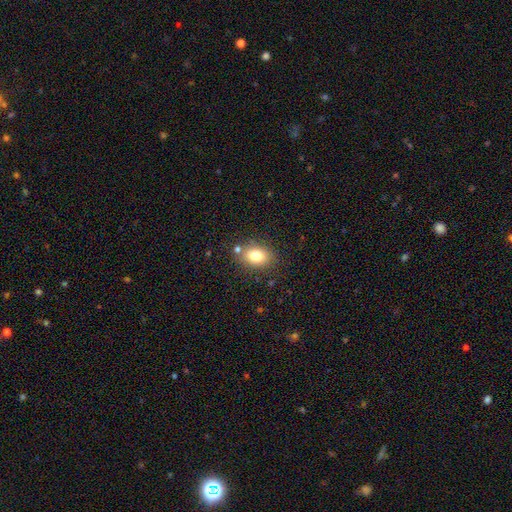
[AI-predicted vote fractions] Smooth or featured? smooth (79%)
How rounded? in between (71%)
Merging? none (76%)